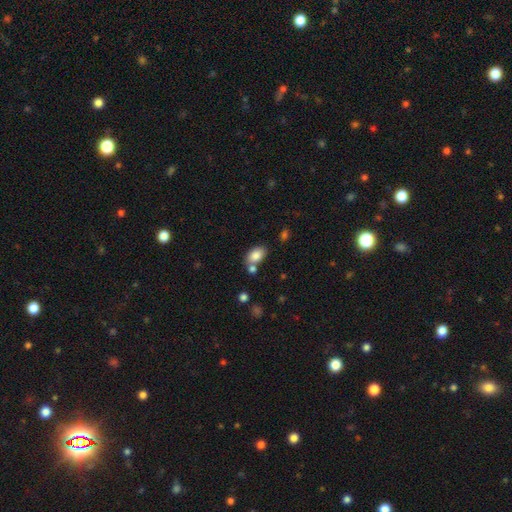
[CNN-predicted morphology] smooth 84%, star or artifact 8%, featured or disk 8%. Down the decision tree: how rounded — in between (89%); merging — none (60%).